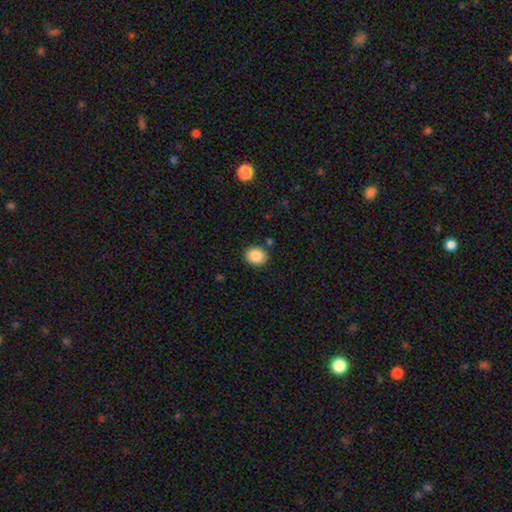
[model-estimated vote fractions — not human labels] Morphology: type=smooth (88%); roundness=round (63%); merging=none (86%).